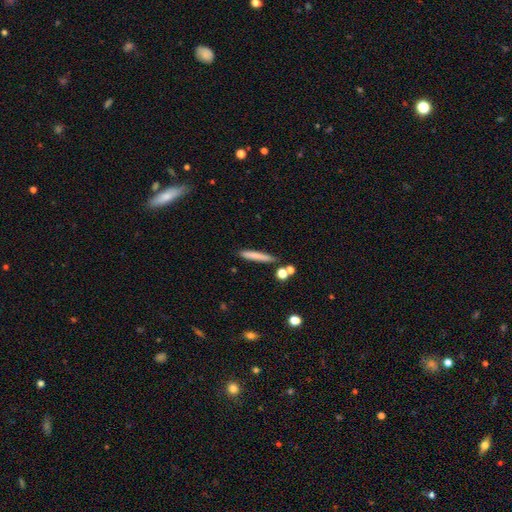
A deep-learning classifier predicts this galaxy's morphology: This appears to be a smooth galaxy with no disk features (76%) that is cigar-shaped (93%). Merging: none (83%).